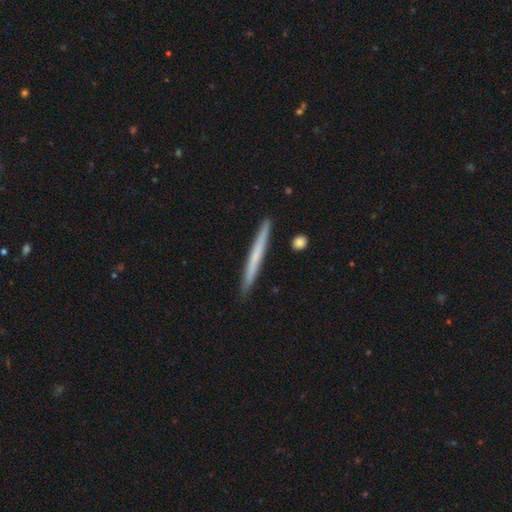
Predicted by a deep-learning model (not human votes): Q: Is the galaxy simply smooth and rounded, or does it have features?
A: smooth — 52%.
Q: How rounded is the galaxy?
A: cigar-shaped — 97%.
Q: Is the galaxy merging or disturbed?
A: none — 91%.